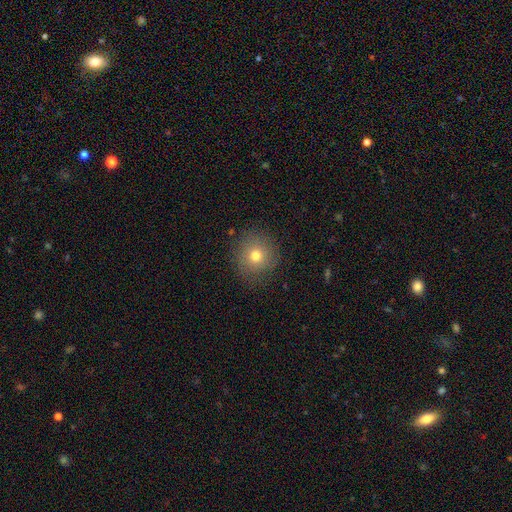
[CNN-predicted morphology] Smooth or featured?
  - smooth: 75% *
  - star or artifact: 14%
  - featured or disk: 12%
How rounded?
  - round: 91% *
  - in between: 8%
  - cigar-shaped: 1%
Merging?
  - none: 86% *
  - minor disturbance: 9%
  - major disturbance: 4%
  - merger: 1%